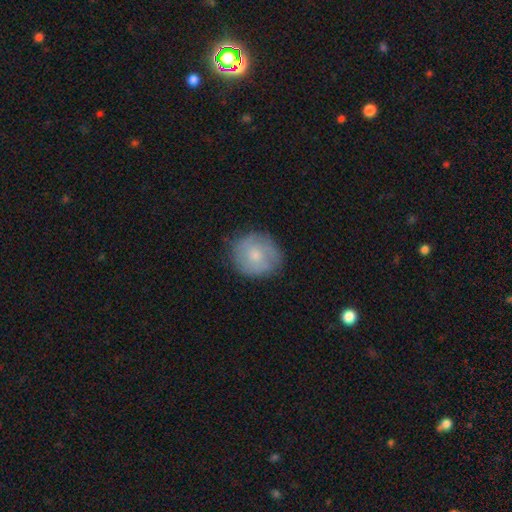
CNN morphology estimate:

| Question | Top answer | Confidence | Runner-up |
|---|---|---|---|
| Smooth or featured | smooth | 56% | featured or disk (37%) |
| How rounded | round | 82% | in between (17%) |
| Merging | none | 75% | minor disturbance (19%) |